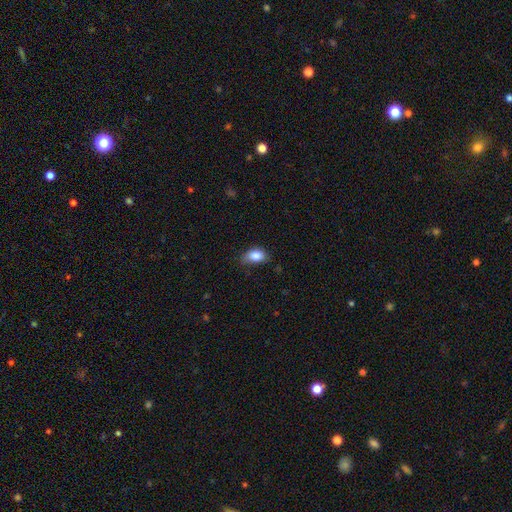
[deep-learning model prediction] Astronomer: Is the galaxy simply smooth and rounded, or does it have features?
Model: smooth — 85%.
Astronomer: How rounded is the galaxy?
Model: in between — 86%.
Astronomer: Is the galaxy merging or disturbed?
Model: none — 57% (runner-up: minor disturbance, 33%).